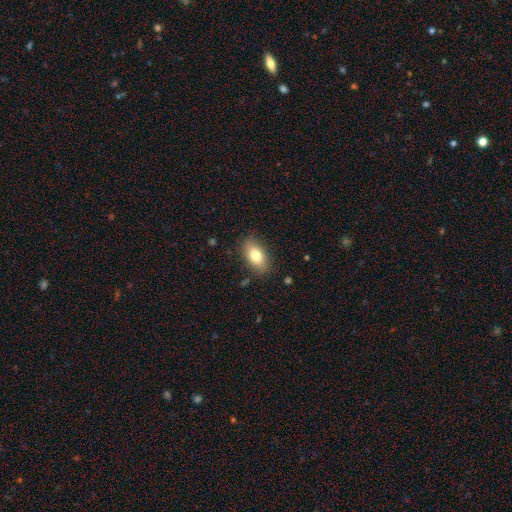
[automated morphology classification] Smooth or featured? Predicted: smooth (p=0.78). How rounded? Predicted: in between (p=0.90). Merging? Predicted: none (p=0.83).